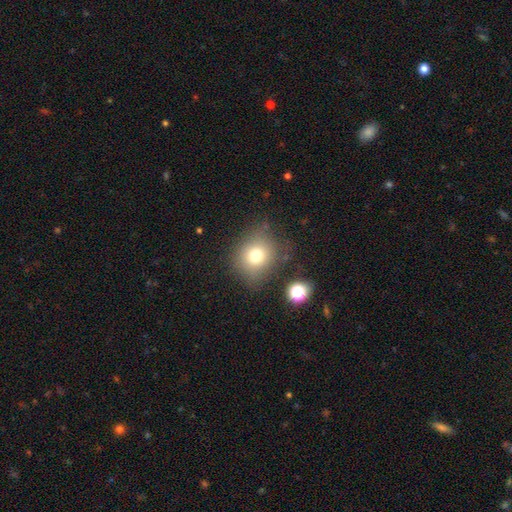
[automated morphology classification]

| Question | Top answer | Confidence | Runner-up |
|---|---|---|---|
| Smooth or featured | smooth | 75% | star or artifact (14%) |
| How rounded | round | 75% | in between (24%) |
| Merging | none | 72% | minor disturbance (17%) |